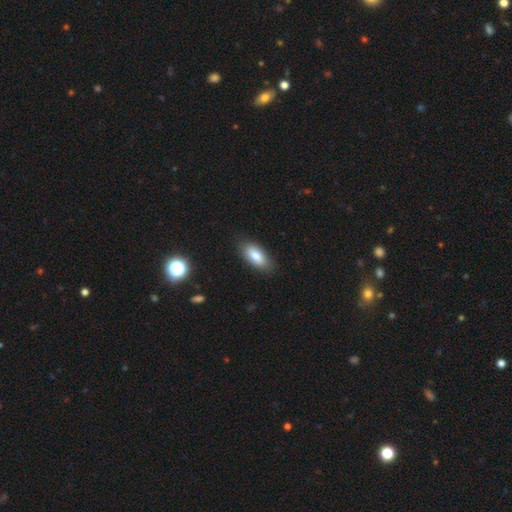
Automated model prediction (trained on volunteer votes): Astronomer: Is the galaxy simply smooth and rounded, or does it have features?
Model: smooth — 78%.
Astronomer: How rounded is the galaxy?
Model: in between — 88%.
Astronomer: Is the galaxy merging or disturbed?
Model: none — 86%.